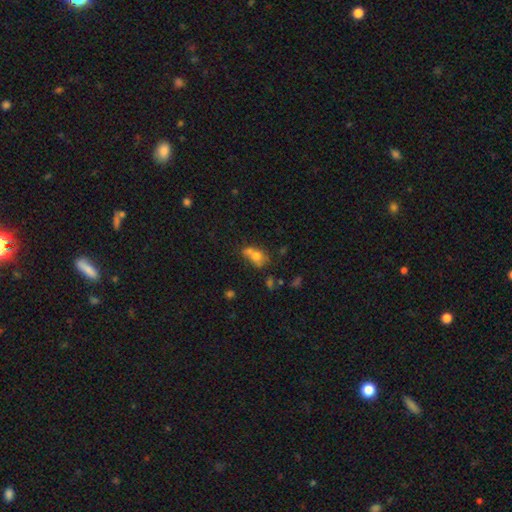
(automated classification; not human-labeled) A smooth galaxy with no disk features (67%) that is in between round and cigar-shaped (53%).

Vote fractions:
- Smooth or featured? smooth: 67% / featured or disk: 20% / star or artifact: 12%
- How rounded? in between: 53% / round: 45% / cigar-shaped: 2%
- Merging? merger: 49% / none: 29% / minor disturbance: 14% / major disturbance: 8%